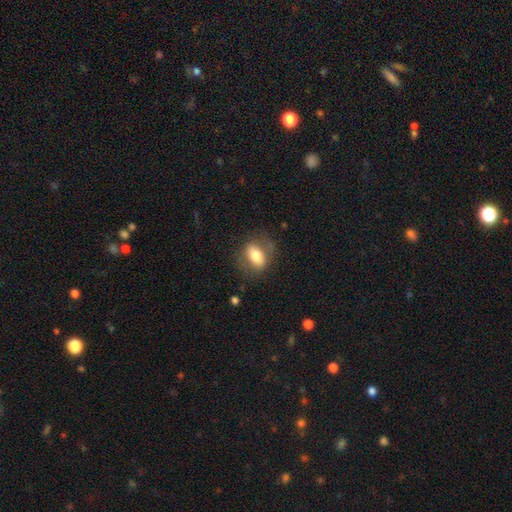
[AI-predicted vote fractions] Smooth or featured? smooth (68%)
How rounded? in between (80%)
Merging? none (73%)